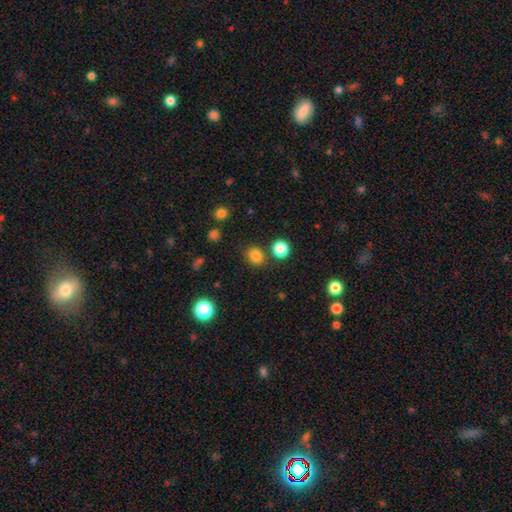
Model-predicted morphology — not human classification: Smooth or featured? Predicted: smooth (p=0.81). How rounded? Predicted: round (p=0.69). Merging? Predicted: none (p=0.80).